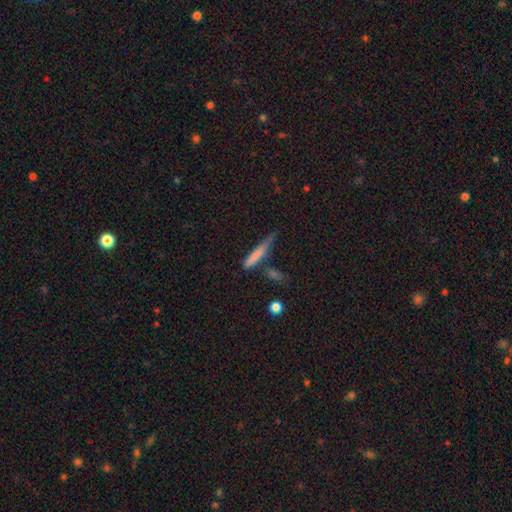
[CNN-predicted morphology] The model was most divided on "merging": none: 52%, minor disturbance: 28%, major disturbance: 10%, merger: 9%. More confident: how rounded — cigar-shaped (90%); smooth or featured — smooth (71%).